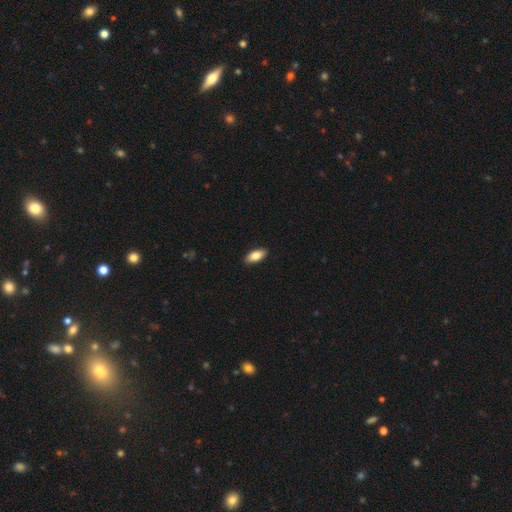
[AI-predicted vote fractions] Overall: smooth (83%). How rounded: in between (88%). Merging: none (89%).